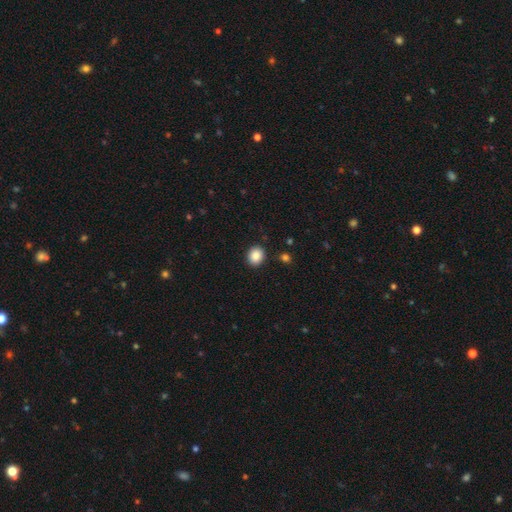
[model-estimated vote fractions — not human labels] Morphology: type=smooth (88%); roundness=round (67%); merging=none (89%).